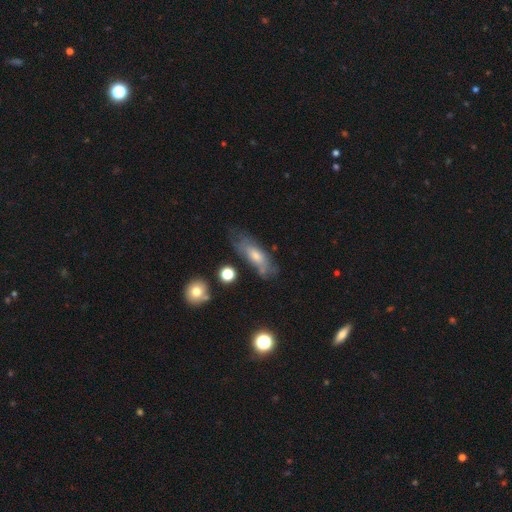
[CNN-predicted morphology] This appears to be a smooth galaxy with no disk features (47%). Merging: none (59%).